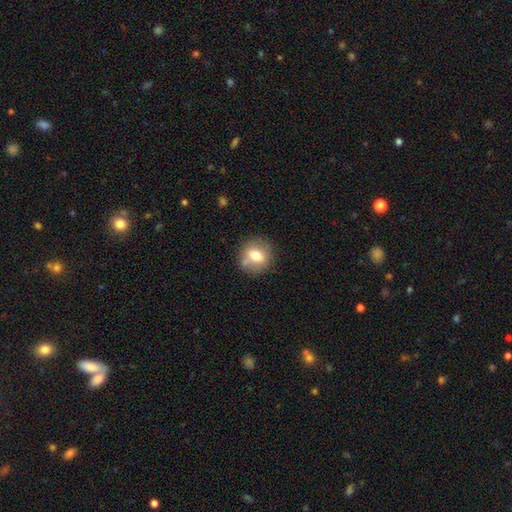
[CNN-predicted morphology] smooth-or-featured: smooth: 67% | featured or disk: 23% | star or artifact: 9%
  how-rounded: round: 82% | in between: 17% | cigar-shaped: 1%
  merging: none: 78% | minor disturbance: 13% | merger: 6% | major disturbance: 4%